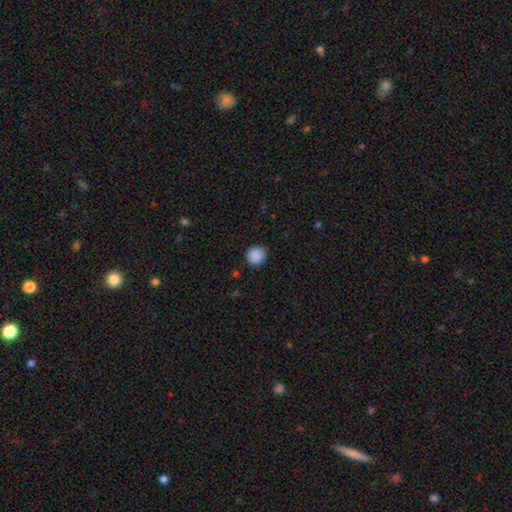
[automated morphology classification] smooth_or_featured: smooth (p=0.89) [alt: star or artifact p=0.09]
how_rounded: round (p=0.92) [alt: in between p=0.07]
merging: none (p=0.88) [alt: minor disturbance p=0.09]